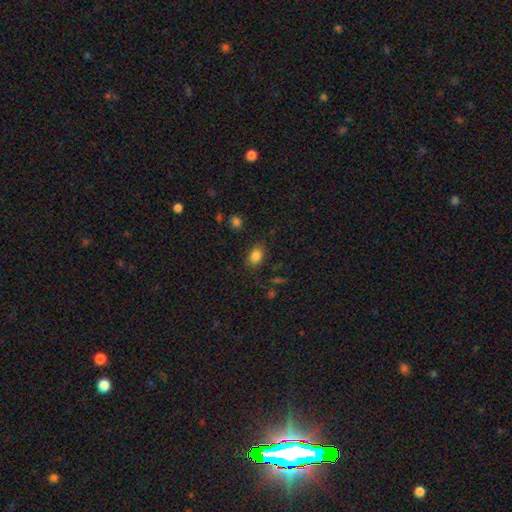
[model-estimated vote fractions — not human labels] Smooth or featured?
  - smooth: 84% *
  - star or artifact: 10%
  - featured or disk: 6%
How rounded?
  - in between: 78% *
  - round: 21%
  - cigar-shaped: 1%
Merging?
  - none: 80% *
  - minor disturbance: 14%
  - major disturbance: 4%
  - merger: 2%